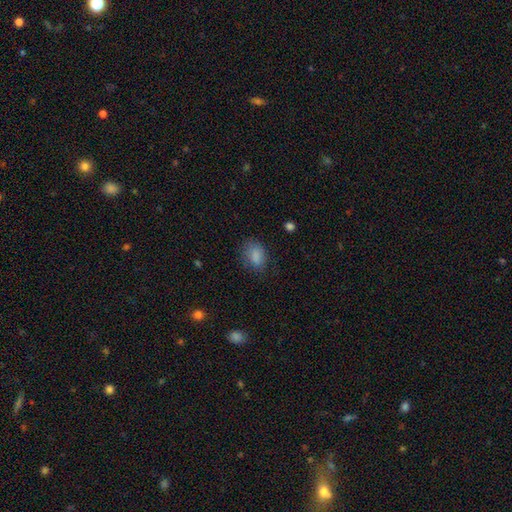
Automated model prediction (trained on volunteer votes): Smooth or featured: smooth — 85% (star or artifact — 9%)
How rounded: in between — 79% (round — 19%)
Merging: none — 72% (minor disturbance — 20%)